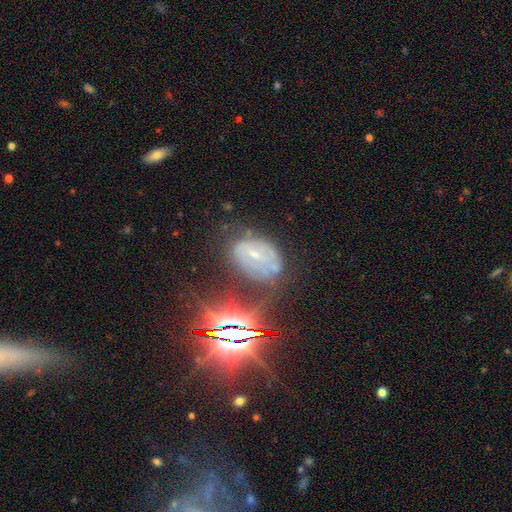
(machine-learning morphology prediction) The model was most divided on "bar": weak: 42%, no: 41%, strong: 17%. More confident: edge-on disk — no (94%); bulge size — small (71%); spiral arms — yes (66%); merging — none (54%); smooth or featured — featured or disk (54%).